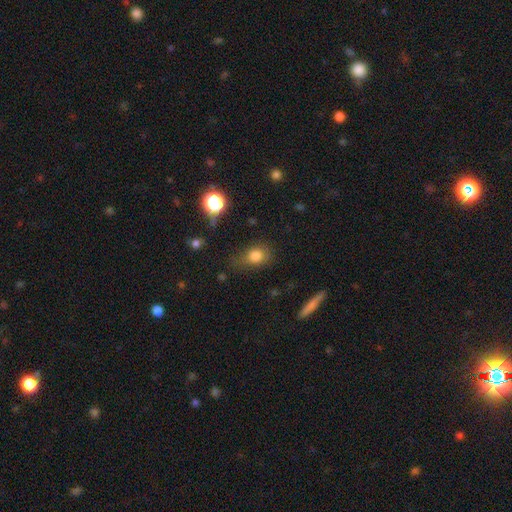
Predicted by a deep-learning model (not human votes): Morphology: type=smooth (79%); roundness=round (51%); merging=none (63%).